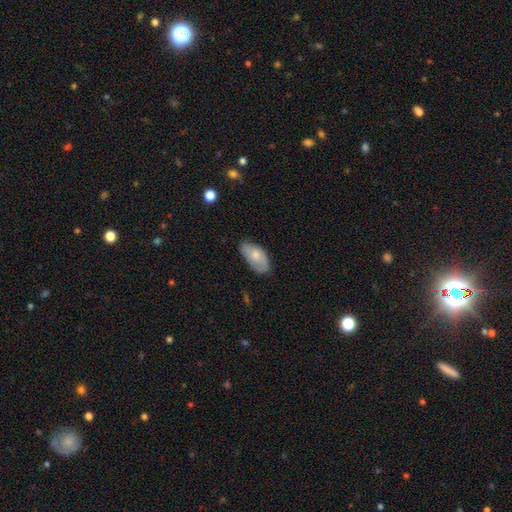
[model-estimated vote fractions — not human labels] Morphology: type=smooth (65%); roundness=in between (94%); merging=none (69%).